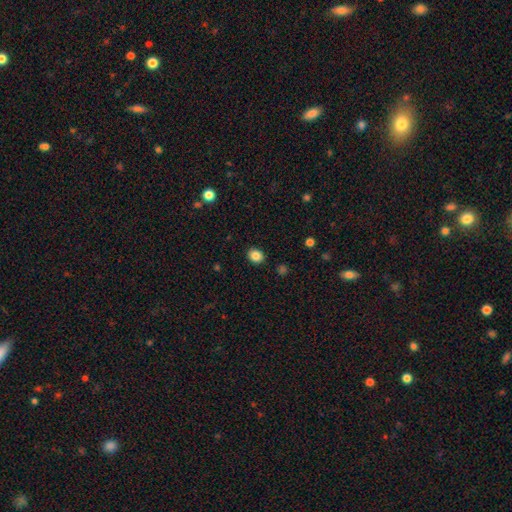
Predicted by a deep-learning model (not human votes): This is clearly a smooth galaxy (85%). How rounded: possibly round (56%). Merging: clearly none (90%).